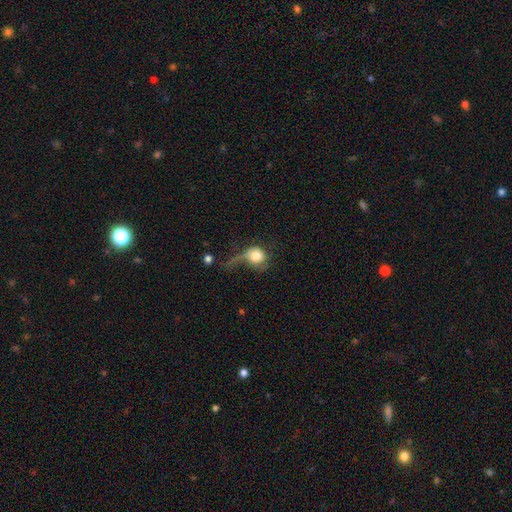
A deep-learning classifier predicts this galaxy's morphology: This is likely a smooth galaxy (68%). How rounded: likely round (78%). Merging: possibly major disturbance (49%).